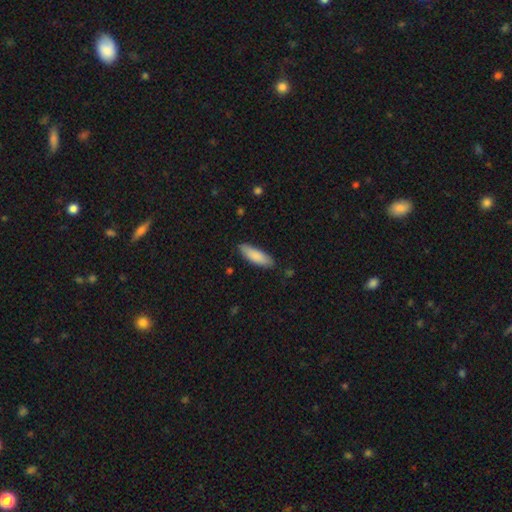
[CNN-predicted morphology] A smooth galaxy with no disk features (87%) that is in between round and cigar-shaped (50%). Merging: none (84%).